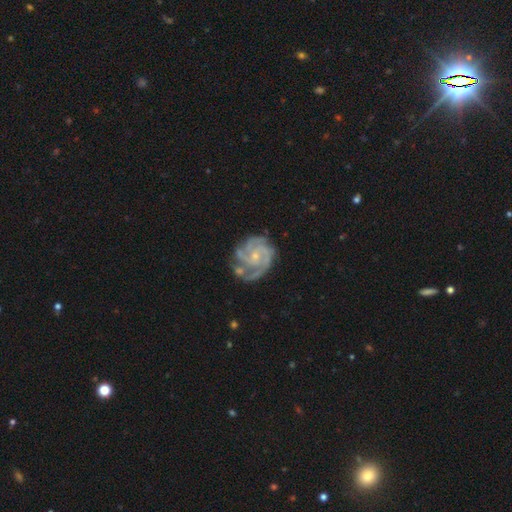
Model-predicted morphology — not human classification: Q: Smooth or featured?
A: featured or disk (89%); runner-up: smooth (5%)
Q: Edge-on disk?
A: no (98%); runner-up: yes (2%)
Q: Bar?
A: no (71%); runner-up: weak (24%)
Q: Spiral arms?
A: yes (98%); runner-up: no (2%)
Q: Spiral winding?
A: tight (64%); runner-up: medium (31%)
Q: Spiral arm count?
A: 3 (43%); runner-up: 4 (20%)
Q: Bulge size?
A: small (72%); runner-up: moderate (22%)
Q: Merging?
A: none (64%); runner-up: minor disturbance (21%)